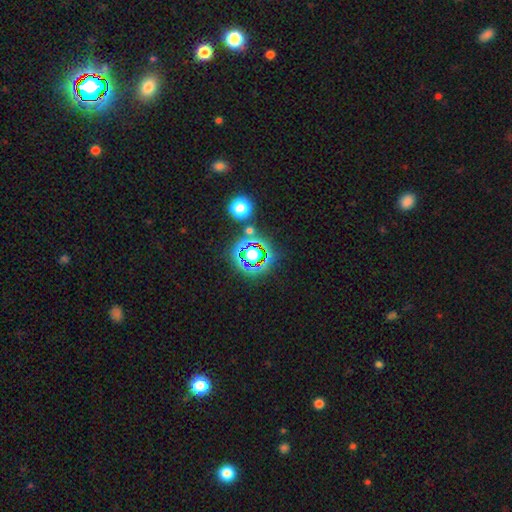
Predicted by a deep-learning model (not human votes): Smooth or featured?
  - star or artifact: 63% *
  - smooth: 25%
  - featured or disk: 12%